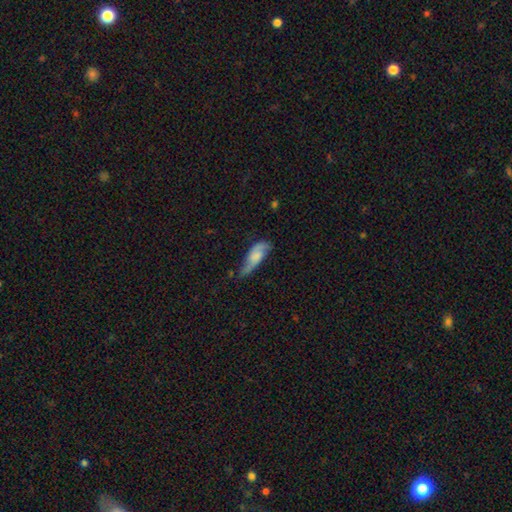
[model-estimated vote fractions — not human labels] This appears to be a smooth galaxy with no disk features (47%). Merging: none (44%).